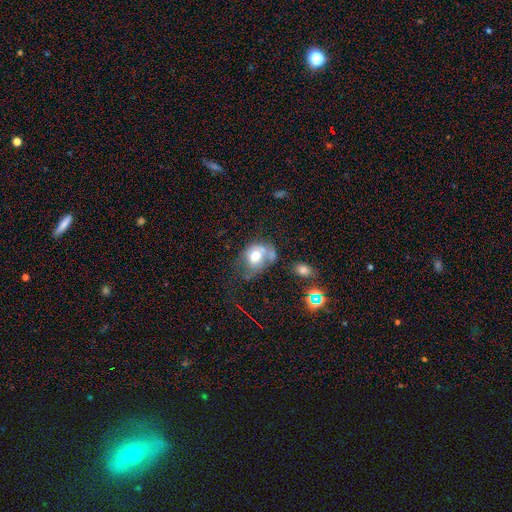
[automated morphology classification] A smooth galaxy with no disk features (62%) that is in between round and cigar-shaped (57%). Merging: merger (31%).